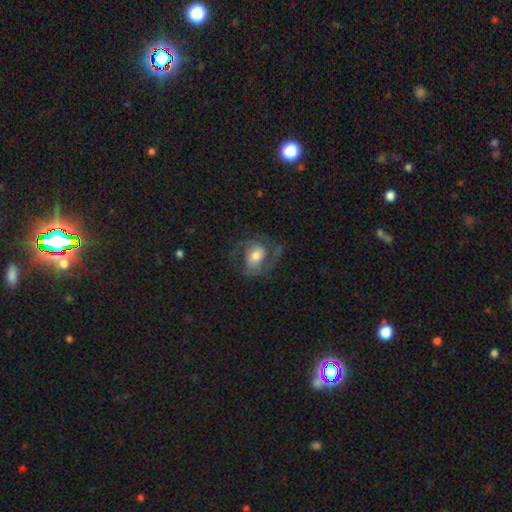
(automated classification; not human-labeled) smooth-or-featured: featured or disk: 75% | smooth: 18% | star or artifact: 6%
  disk-edge-on: no: 97% | yes: 3%
    bar: no: 57% | weak: 33% | strong: 10%
    has-spiral-arms: yes: 92% | no: 8%
      spiral-winding: medium: 52% | loose: 27% | tight: 22%
      spiral-arm-count: 2: 76% | 3: 8% | can't tell: 8% | 1: 4% | 4: 2% | more than 4: 2%
    bulge-size: moderate: 66% | large: 17% | small: 14% | dominant: 2% | none: 1%
  merging: none: 61% | major disturbance: 19% | minor disturbance: 19% | merger: 1%